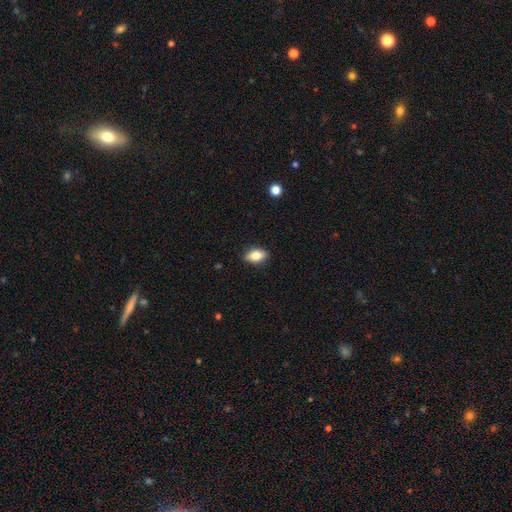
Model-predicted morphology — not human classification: smooth 79%, featured or disk 13%, star or artifact 8%. Down the decision tree: how rounded — in between (85%); merging — none (88%).